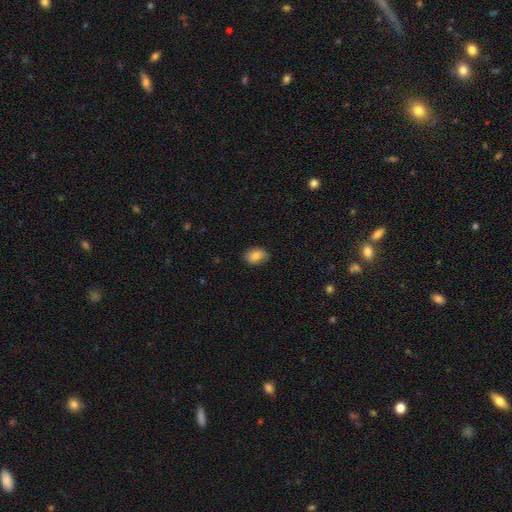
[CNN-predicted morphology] Smooth or featured? smooth (81%)
How rounded? in between (72%)
Merging? none (78%)